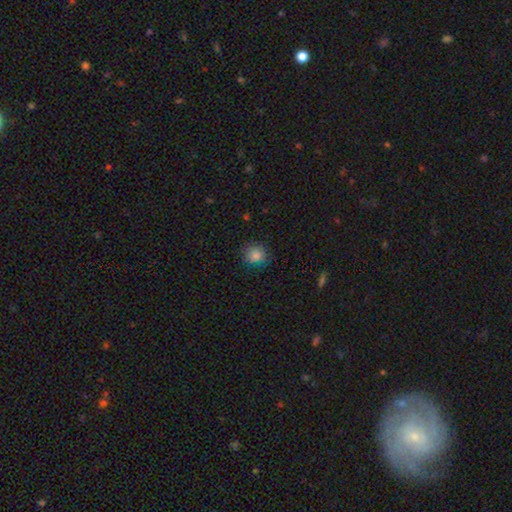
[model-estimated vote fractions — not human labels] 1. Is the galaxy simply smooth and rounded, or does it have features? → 83% smooth, 12% star or artifact, 5% featured or disk.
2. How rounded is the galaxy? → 90% round, 10% in between, 1% cigar-shaped.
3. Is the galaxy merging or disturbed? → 86% none, 10% minor disturbance, 3% major disturbance, 1% merger.